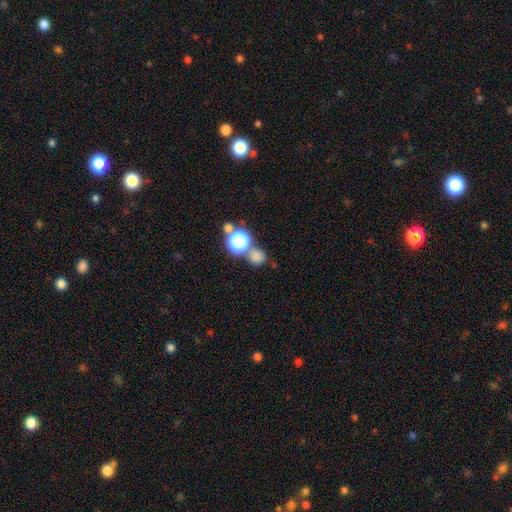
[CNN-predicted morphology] Smooth or featured? Predicted: smooth (p=0.73). How rounded? Predicted: round (p=0.81). Merging? Predicted: none (p=0.56).